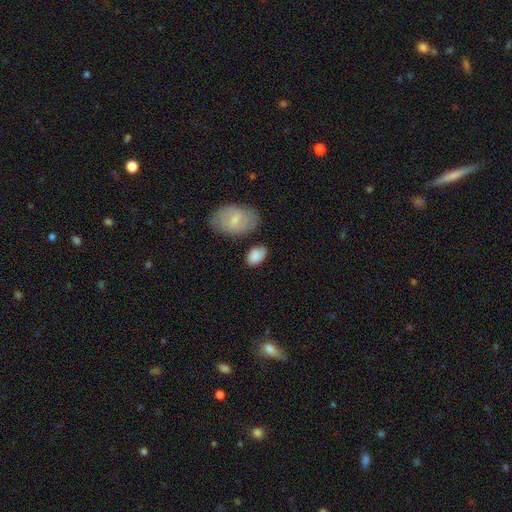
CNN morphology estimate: type=smooth (83%); roundness=in between (89%); merging=none (66%).